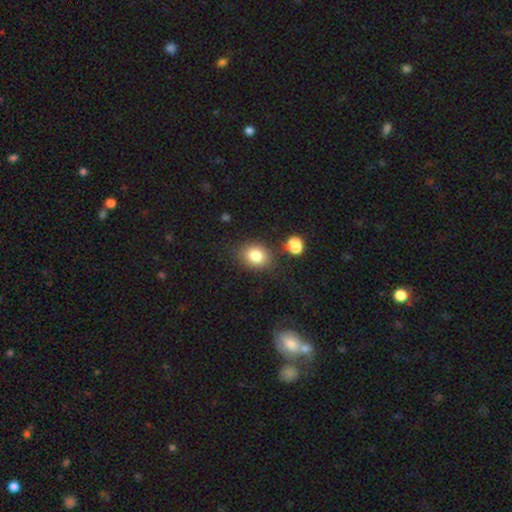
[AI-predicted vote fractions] This is clearly a smooth galaxy (83%). How rounded: possibly in between (50%). Merging: likely none (78%).